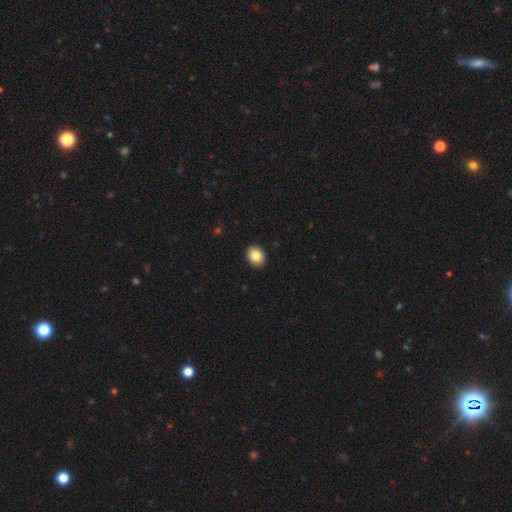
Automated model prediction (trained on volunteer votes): Q: Smooth or featured?
A: smooth (85%); runner-up: star or artifact (9%)
Q: How rounded?
A: round (57%); runner-up: in between (42%)
Q: Merging?
A: none (92%); runner-up: minor disturbance (6%)